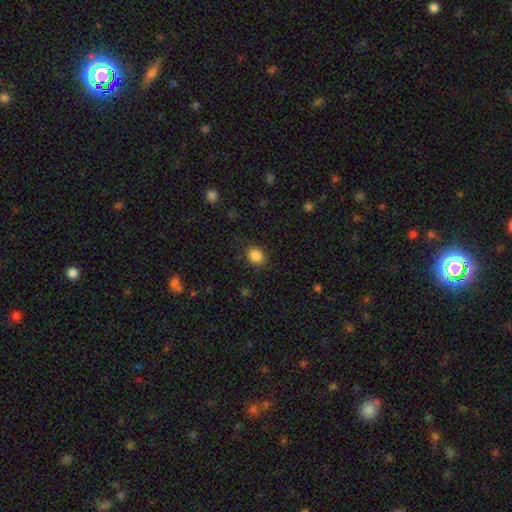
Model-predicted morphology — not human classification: Smooth or featured? smooth (86%)
How rounded? round (66%)
Merging? none (86%)